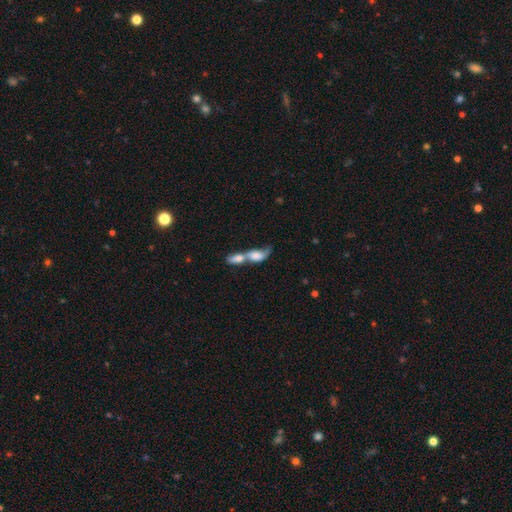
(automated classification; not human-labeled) A smooth galaxy with no disk features (59%) that is in between round and cigar-shaped (72%).

Vote fractions:
- Smooth or featured? smooth: 59% / featured or disk: 32% / star or artifact: 9%
- How rounded? in between: 72% / cigar-shaped: 14% / round: 13%
- Merging? merger: 82% / none: 8% / major disturbance: 6% / minor disturbance: 4%